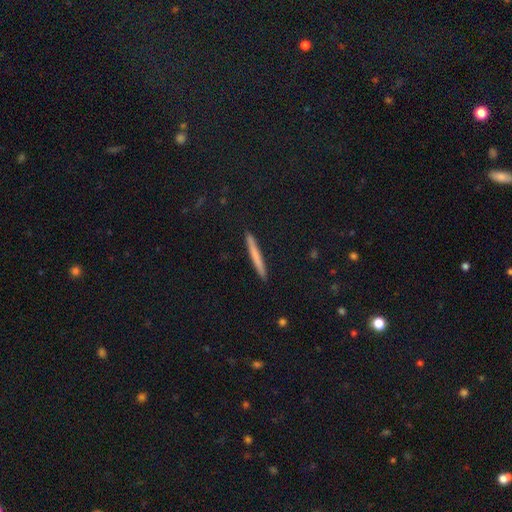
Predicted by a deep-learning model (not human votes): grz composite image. It shows a smooth galaxy with no disk features (63%) that is cigar-shaped (97%). Merging: none (92%).